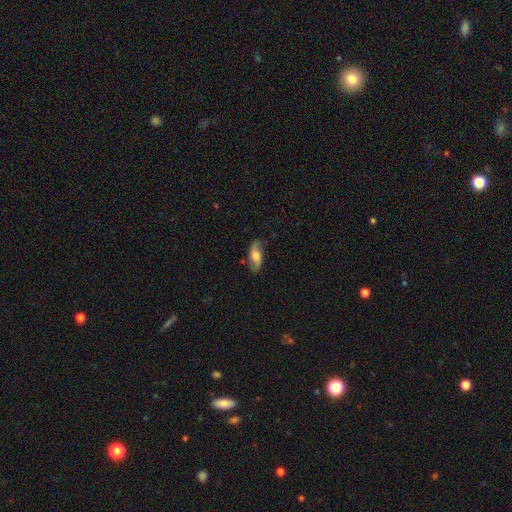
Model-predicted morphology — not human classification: Smooth or featured? Predicted: featured or disk (p=0.46, tied with smooth). Merging? Predicted: none (p=0.75).